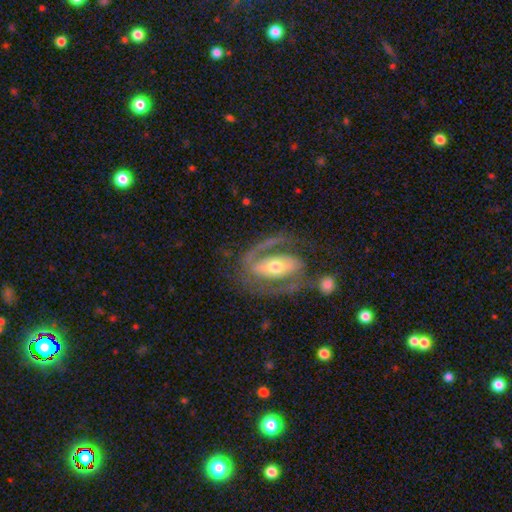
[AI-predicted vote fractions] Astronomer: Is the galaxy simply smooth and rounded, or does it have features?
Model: featured or disk — 88%.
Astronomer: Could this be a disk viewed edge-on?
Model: no — 95%.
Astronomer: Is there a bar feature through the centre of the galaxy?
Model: strong — 53%.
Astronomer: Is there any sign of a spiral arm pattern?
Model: yes — 92%.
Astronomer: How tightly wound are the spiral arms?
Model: medium — 48% (runner-up: tight, 37%).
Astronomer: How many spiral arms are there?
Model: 2 — 85%.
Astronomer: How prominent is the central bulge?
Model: moderate — 55% (runner-up: small, 39%).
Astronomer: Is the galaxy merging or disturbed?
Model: none — 72%.